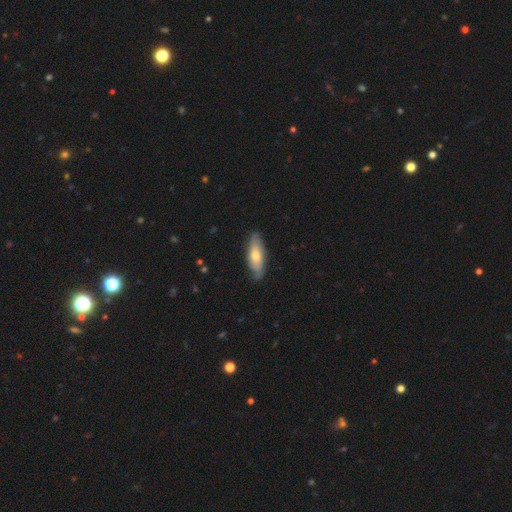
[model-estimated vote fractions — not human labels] smooth 55%, featured or disk 40%, star or artifact 6%. Down the decision tree: how rounded — in between (62%); merging — none (78%).